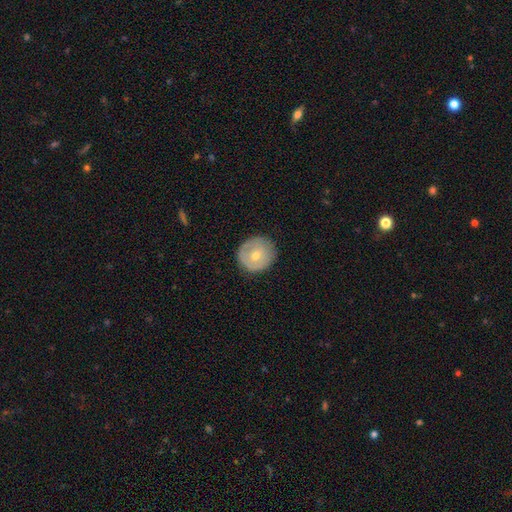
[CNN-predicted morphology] smooth-or-featured: smooth: 52% | featured or disk: 40% | star or artifact: 7%
  how-rounded: round: 92% | in between: 7% | cigar-shaped: 1%
  merging: none: 86% | minor disturbance: 10% | major disturbance: 3% | merger: 1%